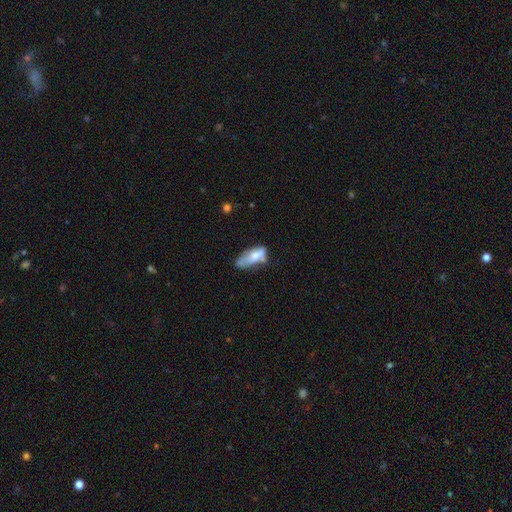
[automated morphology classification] Smooth or featured?
  - smooth: 65% *
  - featured or disk: 27%
  - star or artifact: 8%
How rounded?
  - in between: 76% *
  - cigar-shaped: 21%
  - round: 3%
Merging?
  - minor disturbance: 32% *
  - none: 31%
  - major disturbance: 22%
  - merger: 15%